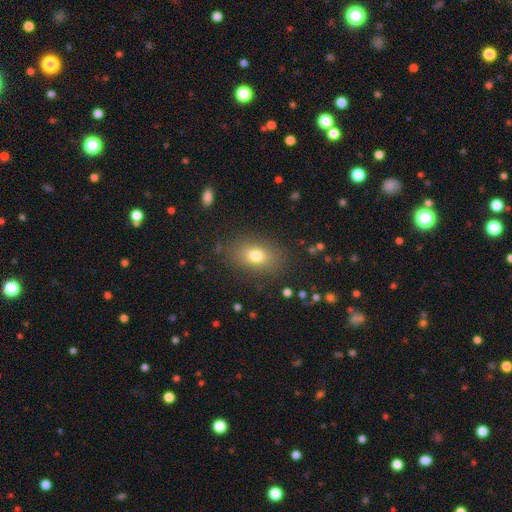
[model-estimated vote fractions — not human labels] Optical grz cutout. It shows a smooth galaxy with no disk features (76%) that is in between round and cigar-shaped (77%). Merging: none (84%).